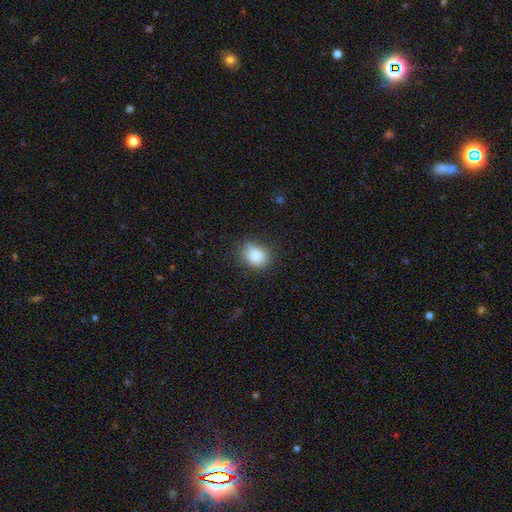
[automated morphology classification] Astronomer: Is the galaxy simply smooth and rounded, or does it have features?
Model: smooth — 83%.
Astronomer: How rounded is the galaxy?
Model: round — 51% (runner-up: in between, 48%).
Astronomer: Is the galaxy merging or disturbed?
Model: none — 68%.